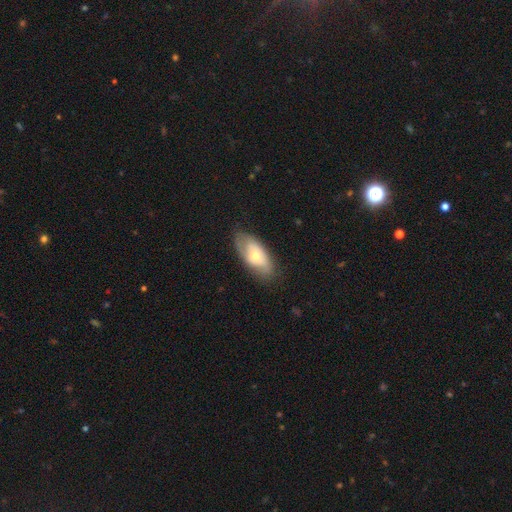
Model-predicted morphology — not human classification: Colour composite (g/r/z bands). It shows a smooth galaxy with no disk features (52%) that is in between round and cigar-shaped (89%). Merging: none (70%).